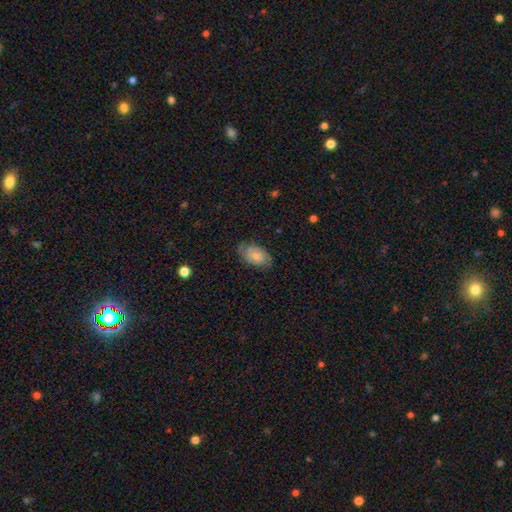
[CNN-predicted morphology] smooth-or-featured: smooth: 53% | featured or disk: 39% | star or artifact: 8%
  how-rounded: in between: 91% | round: 7% | cigar-shaped: 2%
  merging: none: 71% | minor disturbance: 21% | major disturbance: 6% | merger: 1%